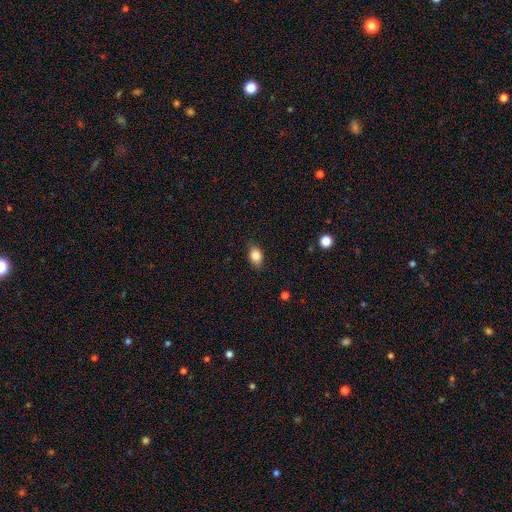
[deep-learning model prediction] The model was most divided on "how rounded": in between: 78%, round: 20%, cigar-shaped: 2%. More confident: merging — none (84%); smooth or featured — smooth (84%).